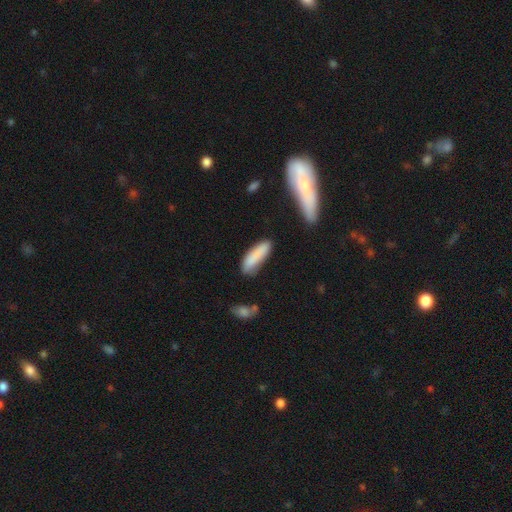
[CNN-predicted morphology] Smooth or featured?
  - smooth: 84% *
  - featured or disk: 9%
  - star or artifact: 7%
How rounded?
  - cigar-shaped: 62% *
  - in between: 37%
  - round: 2%
Merging?
  - none: 70% *
  - minor disturbance: 21%
  - major disturbance: 5%
  - merger: 4%